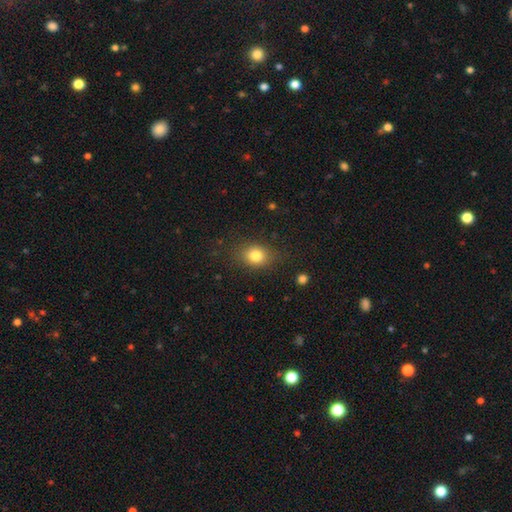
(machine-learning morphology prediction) smooth-or-featured: smooth: 80% | star or artifact: 11% | featured or disk: 9%
  how-rounded: round: 49% (tied) | in between: 49% (tied) | cigar-shaped: 1%
  merging: none: 81% | minor disturbance: 14% | major disturbance: 5% | merger: 1%